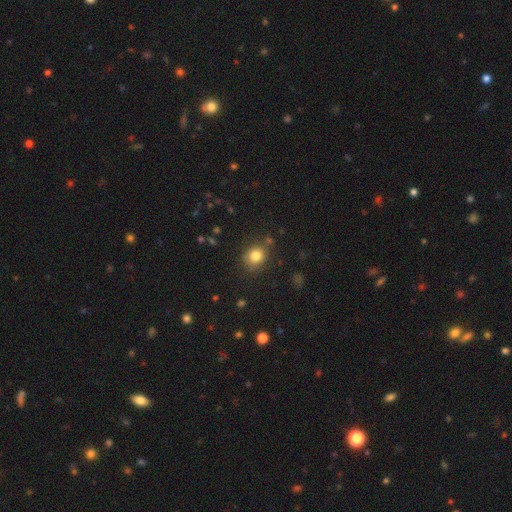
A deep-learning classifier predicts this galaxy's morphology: A smooth galaxy with no disk features (81%) that is round (72%).

Vote fractions:
- Smooth or featured? smooth: 81% / star or artifact: 12% / featured or disk: 7%
- How rounded? round: 72% / in between: 27% / cigar-shaped: 1%
- Merging? none: 81% / minor disturbance: 12% / merger: 4% / major disturbance: 4%